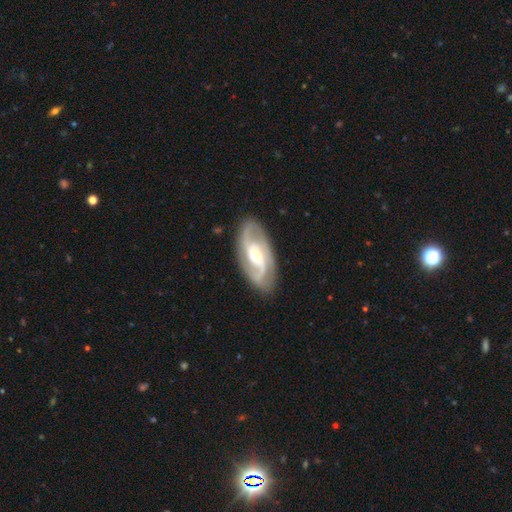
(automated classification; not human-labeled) Morphology: type=featured or disk (88%); edge-on=no (95%); bar=weak (43%); spiral arms=yes (97%); winding=medium (52%); arm count=2 (72%); bulge=moderate (51%); merging=none (83%).